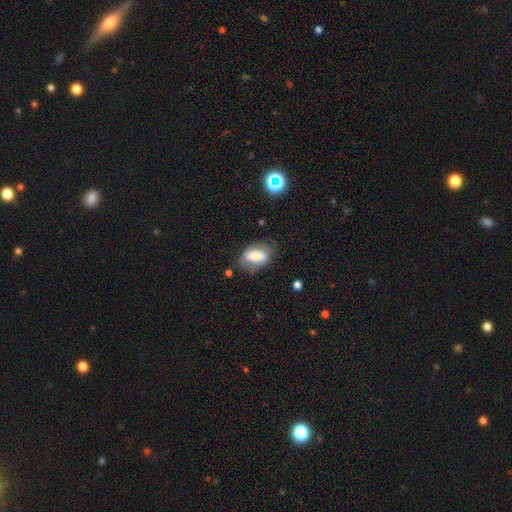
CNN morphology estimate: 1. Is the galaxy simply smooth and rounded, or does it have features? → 64% smooth, 28% featured or disk, 9% star or artifact.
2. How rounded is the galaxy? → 87% in between, 10% round, 4% cigar-shaped.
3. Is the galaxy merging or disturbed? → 65% none, 23% minor disturbance, 9% major disturbance, 3% merger.